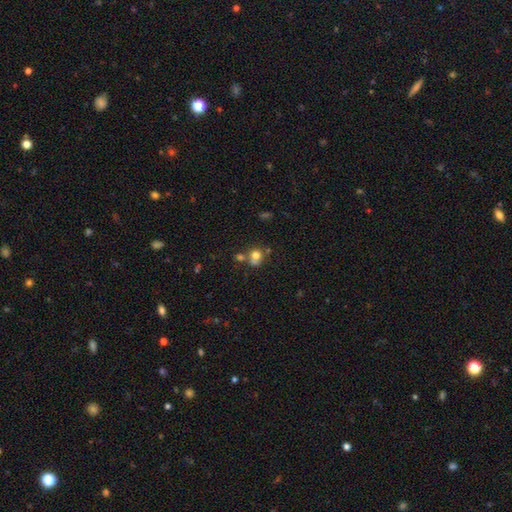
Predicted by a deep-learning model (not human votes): Overall: smooth (71%). How rounded: round (81%). Merging: none (44%; merger 42%).